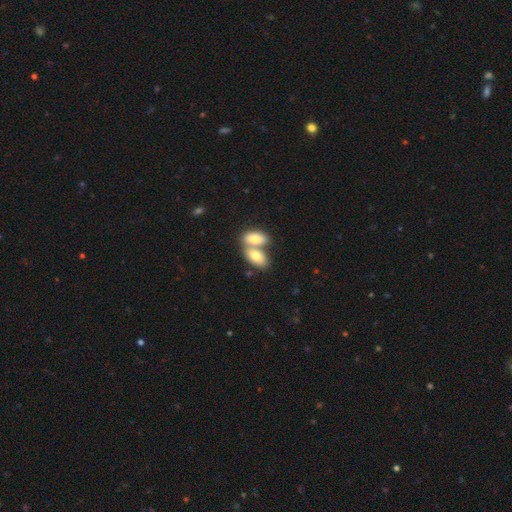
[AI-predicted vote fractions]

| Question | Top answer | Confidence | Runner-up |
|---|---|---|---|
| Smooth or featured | smooth | 77% | featured or disk (17%) |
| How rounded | in between | 92% | round (5%) |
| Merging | merger | 65% | none (26%) |